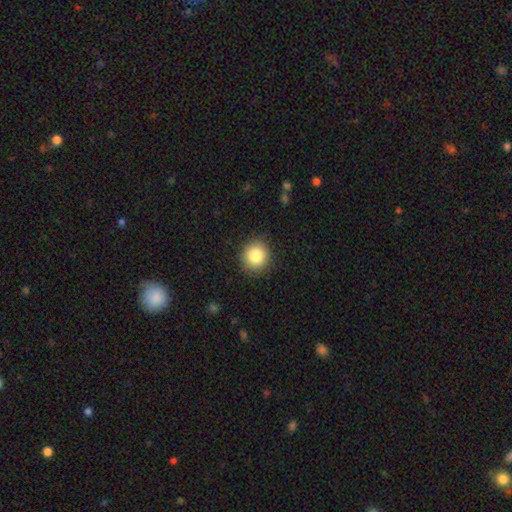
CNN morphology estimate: smooth-or-featured: smooth: 84% | star or artifact: 9% | featured or disk: 7%
  how-rounded: round: 89% | in between: 11% | cigar-shaped: 1%
  merging: none: 89% | minor disturbance: 7% | major disturbance: 2% | merger: 1%